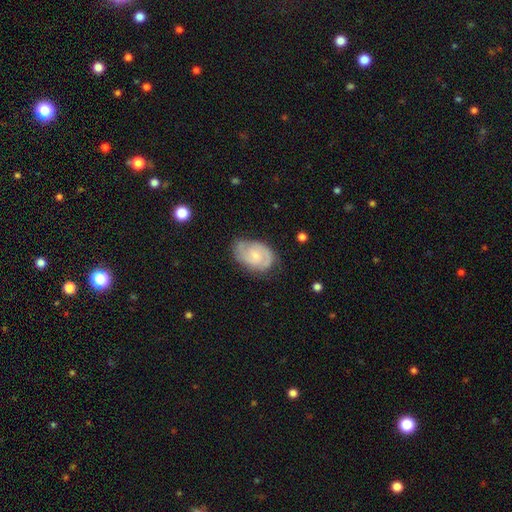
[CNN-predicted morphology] Smooth or featured? featured or disk (60%)
Edge-on disk? no (97%)
Bar? no (63%)
Spiral arms? yes (85%)
Bulge size? small (61%)
Merging? none (64%)